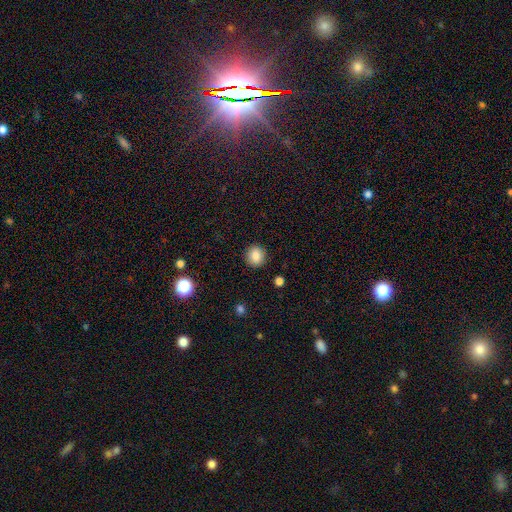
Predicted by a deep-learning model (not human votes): A smooth galaxy with no disk features (85%) that is round (86%). Merging: none (91%).